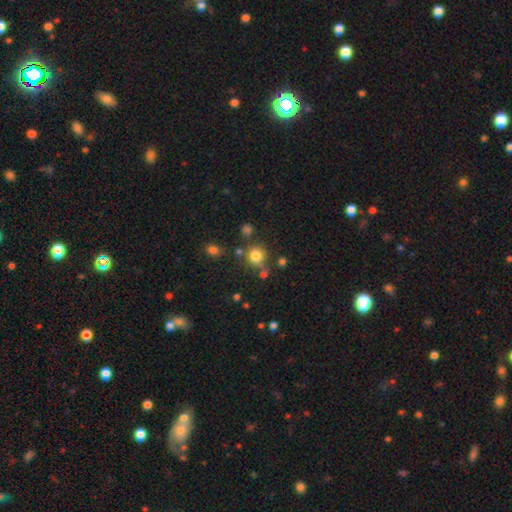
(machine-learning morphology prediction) Q: Smooth or featured?
A: smooth (79%); runner-up: star or artifact (14%)
Q: How rounded?
A: round (84%); runner-up: in between (15%)
Q: Merging?
A: none (69%); runner-up: minor disturbance (14%)